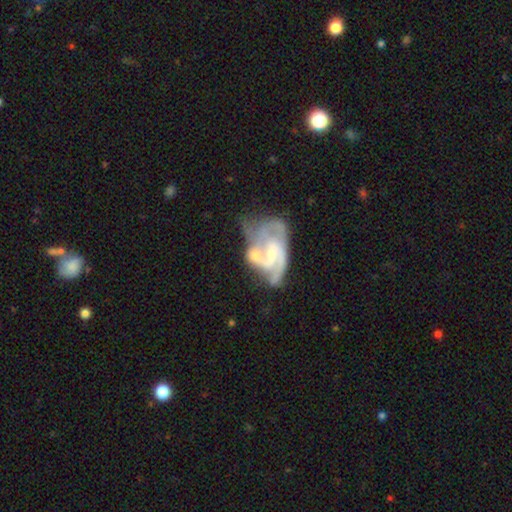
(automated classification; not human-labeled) A featured or disk galaxy (83%) with no bar (46%), 2 (64%) medium (49%) spiral arms (90%) and a small central bulge (53%).

Vote fractions:
- Smooth or featured? featured or disk: 83% / smooth: 12% / star or artifact: 6%
- Edge-on disk? no: 97% / yes: 3%
- Bar? no: 46% / weak: 42% / strong: 11%
- Spiral arms? yes: 90% / no: 10%
- Spiral winding? medium: 49% / tight: 30% / loose: 22%
- Spiral arm count? 2: 64% / can't tell: 13% / 3: 11% / 1: 8% / 4: 2% / more than 4: 2%
- Bulge size? small: 53% / moderate: 31% / none: 12% / large: 3% / dominant: 1%
- Merging? merger: 42% / major disturbance: 23% / none: 19% / minor disturbance: 15%